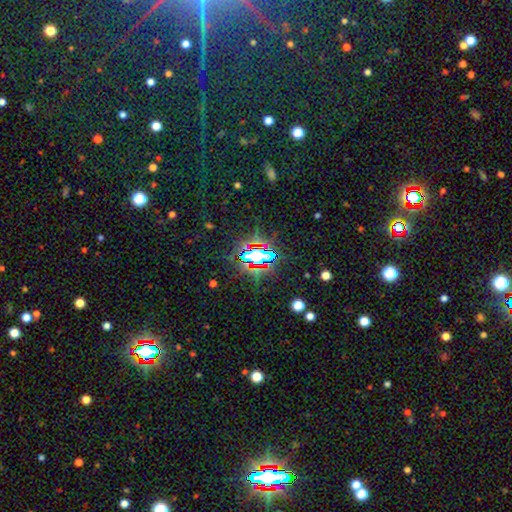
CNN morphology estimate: Smooth or featured: star or artifact — 75% (smooth — 13%)